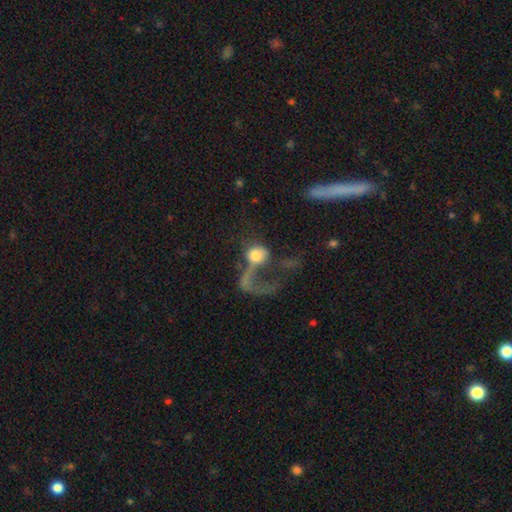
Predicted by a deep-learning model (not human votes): Overall: smooth (52%; featured or disk 38%). How rounded: round (71%). Merging: major disturbance (65%).